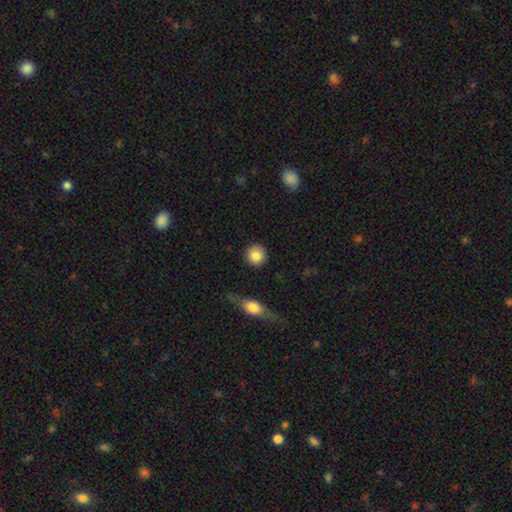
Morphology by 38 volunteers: This appears to be a smooth galaxy with no disk features (71%) that is round (96%). Merging: none (91%).